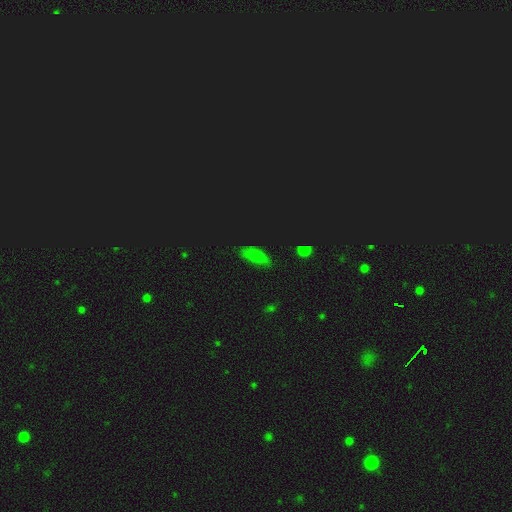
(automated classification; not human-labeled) Morphology: type=smooth (67%); roundness=in between (82%); merging=none (72%).